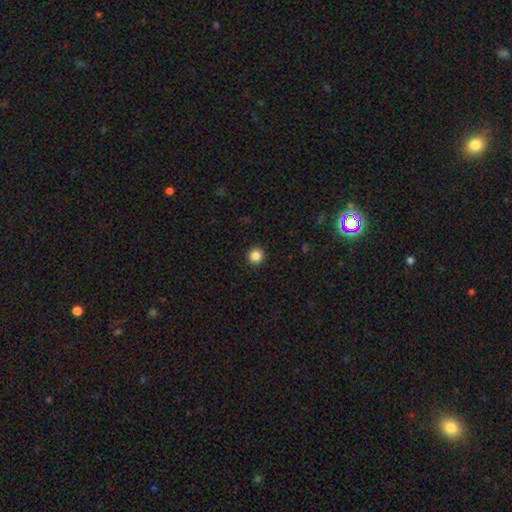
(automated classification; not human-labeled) Smooth or featured? smooth (85%)
How rounded? round (96%)
Merging? none (93%)